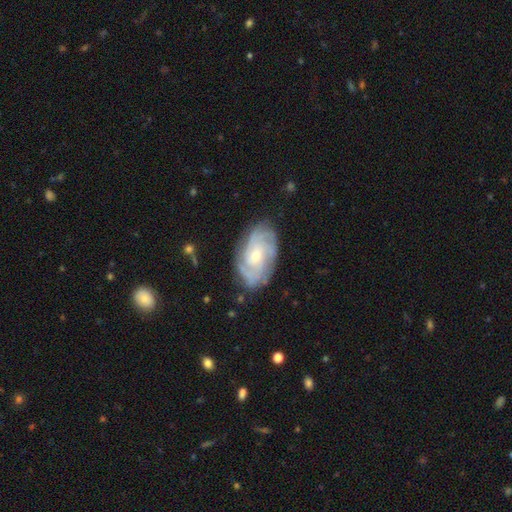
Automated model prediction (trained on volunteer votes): Q: Smooth or featured?
A: featured or disk (83%); runner-up: smooth (11%)
Q: Edge-on disk?
A: no (96%); runner-up: yes (4%)
Q: Bar?
A: no (69%); runner-up: weak (26%)
Q: Spiral arms?
A: yes (96%); runner-up: no (4%)
Q: Spiral winding?
A: tight (68%); runner-up: medium (26%)
Q: Spiral arm count?
A: can't tell (30%); runner-up: 4 (22%)
Q: Bulge size?
A: small (58%); runner-up: moderate (38%)
Q: Merging?
A: none (80%); runner-up: minor disturbance (15%)